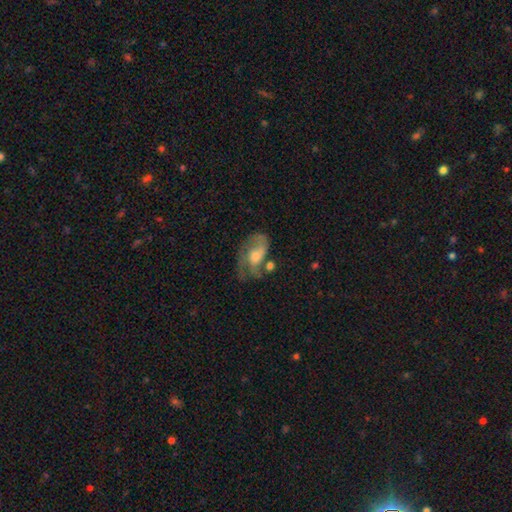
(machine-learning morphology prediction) Overall: featured or disk (69%). Edge-on disk: no (96%). Bar: no (65%; weak 29%). Spiral arms: yes (84%). Spiral arm count: 2 (51%; can't tell 19%). Spiral winding: medium (46%; loose 31%). Bulge size: moderate (57%; small 25%). Merging: none (40%; major disturbance 26%).